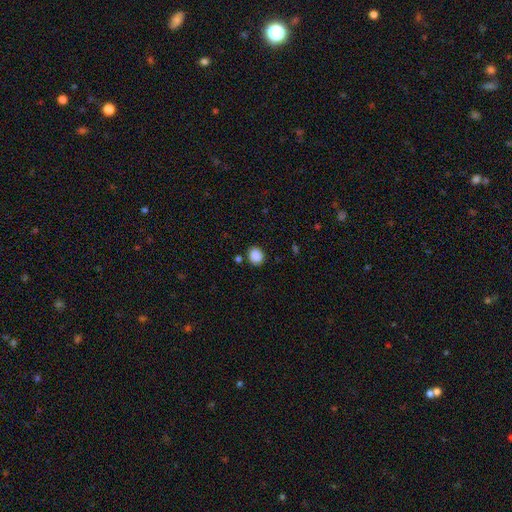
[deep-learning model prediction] smooth_or_featured: smooth (p=0.88) [alt: star or artifact p=0.09]
how_rounded: round (p=0.69) [alt: in between p=0.30]
merging: none (p=0.84) [alt: minor disturbance p=0.10]